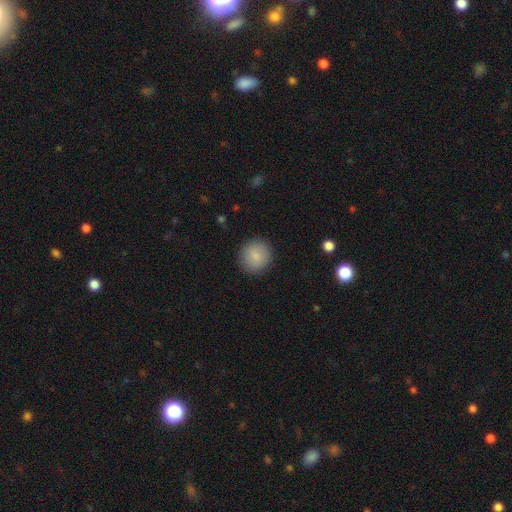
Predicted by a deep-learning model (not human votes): Smooth or featured: smooth — 86% (star or artifact — 7%)
How rounded: round — 93% (in between — 6%)
Merging: none — 90% (minor disturbance — 7%)